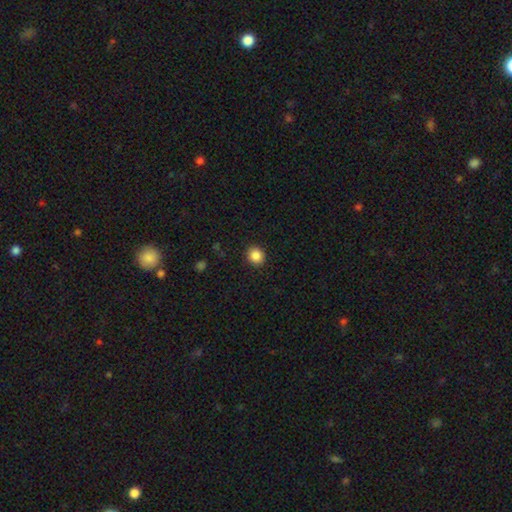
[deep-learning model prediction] Overall: smooth (86%). How rounded: round (89%). Merging: none (91%).